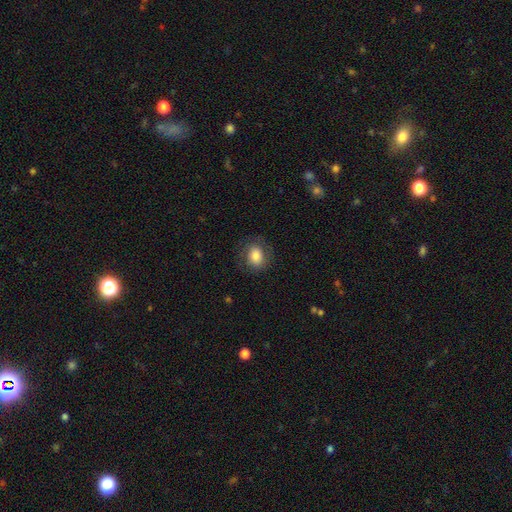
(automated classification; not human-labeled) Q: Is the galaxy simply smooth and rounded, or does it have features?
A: smooth — 78%.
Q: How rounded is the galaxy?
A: round — 50%.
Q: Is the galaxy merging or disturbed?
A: none — 79%.